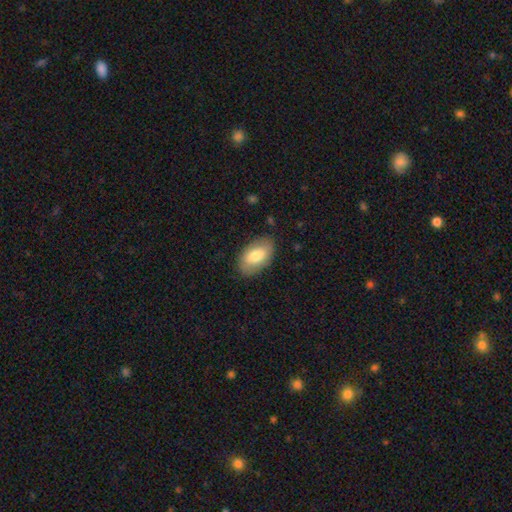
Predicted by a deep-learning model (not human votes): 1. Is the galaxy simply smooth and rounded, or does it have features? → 76% smooth, 18% featured or disk, 6% star or artifact.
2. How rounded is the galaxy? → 94% in between, 4% round, 2% cigar-shaped.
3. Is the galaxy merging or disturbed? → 82% none, 13% minor disturbance, 3% major disturbance, 1% merger.